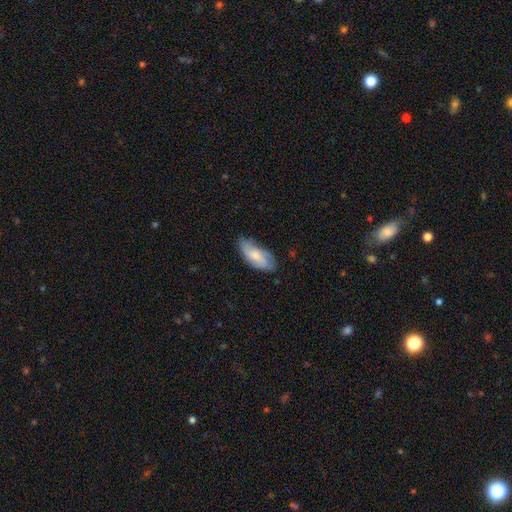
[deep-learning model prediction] smooth-or-featured: smooth: 56% | featured or disk: 37% | star or artifact: 6%
  how-rounded: in between: 83% | cigar-shaped: 14% | round: 2%
  merging: none: 71% | minor disturbance: 22% | major disturbance: 5% | merger: 1%